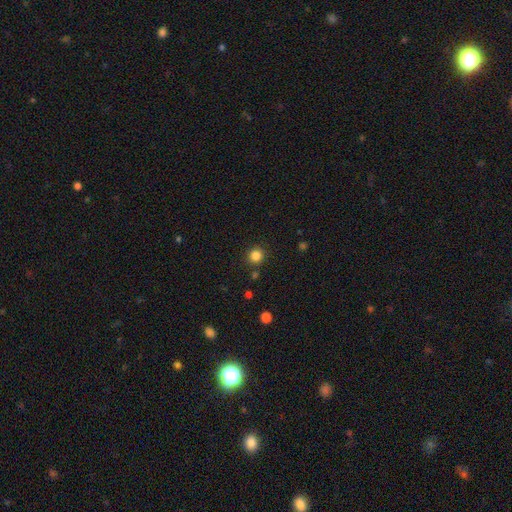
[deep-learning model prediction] smooth 84%, star or artifact 12%, featured or disk 4%. Down the decision tree: how rounded — round (92%); merging — none (87%).